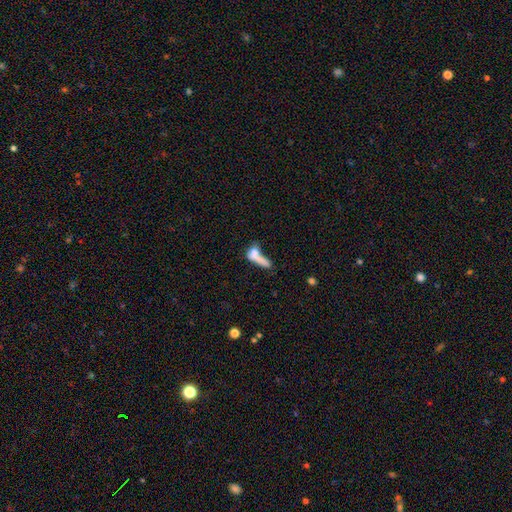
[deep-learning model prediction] Q: Smooth or featured?
A: smooth (66%); runner-up: featured or disk (24%)
Q: How rounded?
A: cigar-shaped (49%); runner-up: in between (40%)
Q: Merging?
A: merger (49%); runner-up: none (23%)